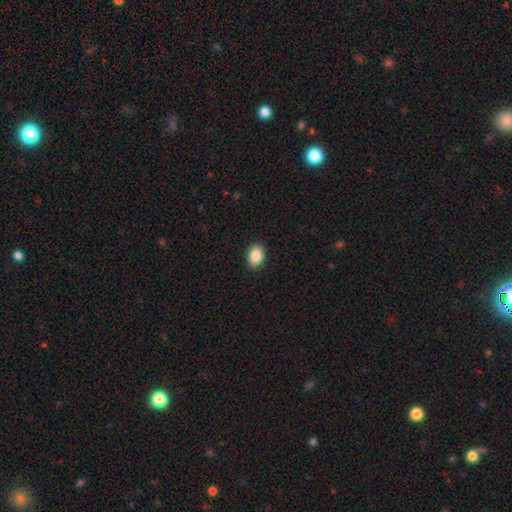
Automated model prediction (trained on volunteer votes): This is clearly a smooth galaxy (89%). How rounded: likely in between (80%). Merging: clearly none (91%).